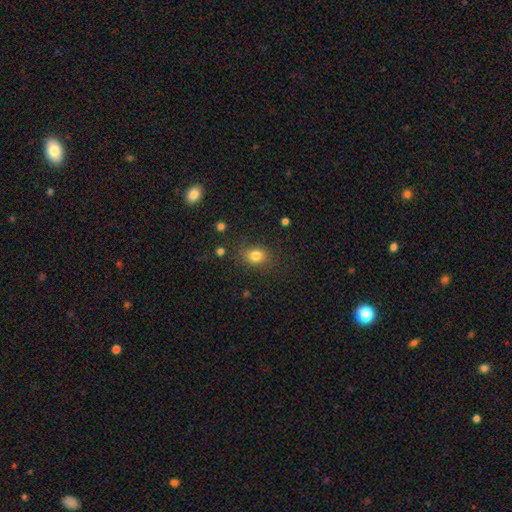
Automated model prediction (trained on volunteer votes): A smooth galaxy with no disk features (81%) that is in between round and cigar-shaped (58%).

Vote fractions:
- Smooth or featured? smooth: 81% / star or artifact: 12% / featured or disk: 7%
- How rounded? in between: 58% / round: 41% / cigar-shaped: 1%
- Merging? none: 80% / minor disturbance: 14% / major disturbance: 4% / merger: 2%